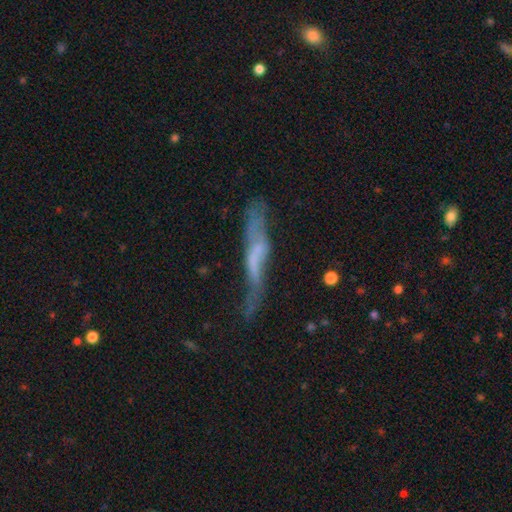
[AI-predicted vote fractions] smooth_or_featured: featured or disk (p=0.57) [alt: smooth p=0.34]
disk_edge_on: yes (p=0.57) [alt: no p=0.43]
merging: none (p=0.41) [alt: minor disturbance p=0.27]